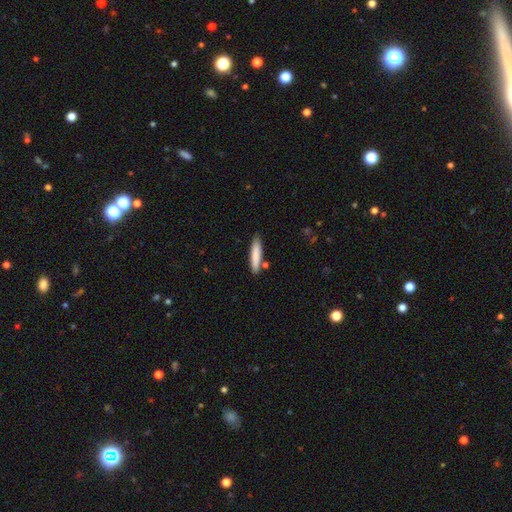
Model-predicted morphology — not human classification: Smooth or featured? Predicted: smooth (p=0.83). How rounded? Predicted: cigar-shaped (p=0.86). Merging? Predicted: none (p=0.82).